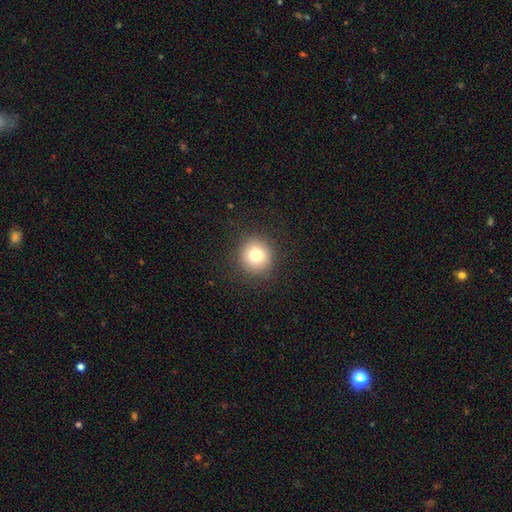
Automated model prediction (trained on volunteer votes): Smooth or featured: smooth — 77% (star or artifact — 12%)
How rounded: round — 93% (in between — 6%)
Merging: none — 90% (minor disturbance — 7%)